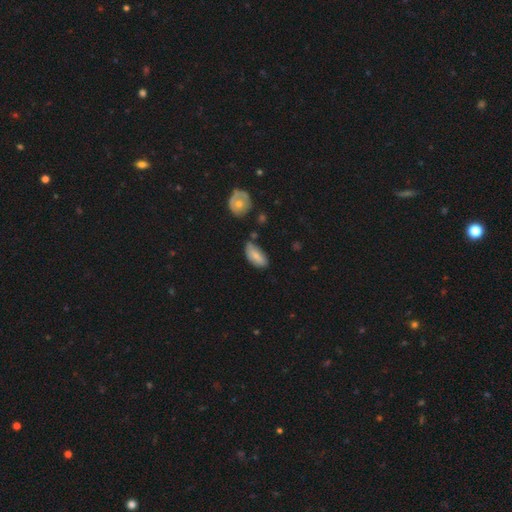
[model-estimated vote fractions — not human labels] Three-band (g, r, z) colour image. It shows a smooth galaxy with no disk features (76%) that is in between round and cigar-shaped (90%). Merging: none (59%).